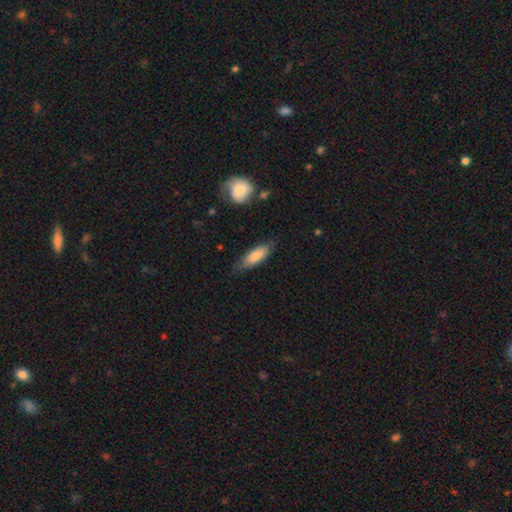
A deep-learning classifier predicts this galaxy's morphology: smooth_or_featured: smooth (p=0.80) [alt: featured or disk p=0.14]
how_rounded: in between (p=0.59) [alt: cigar-shaped p=0.39]
merging: none (p=0.75) [alt: minor disturbance p=0.19]